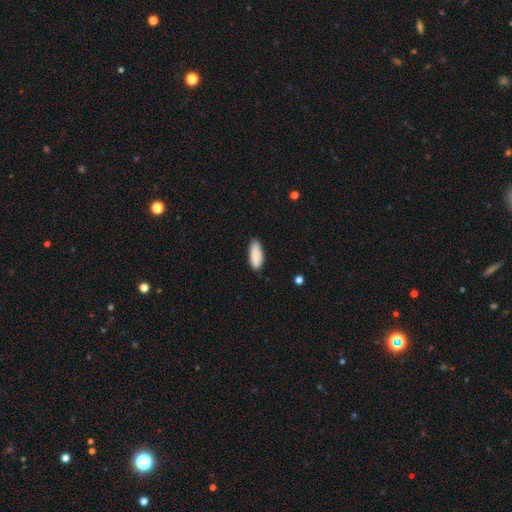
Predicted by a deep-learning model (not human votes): The model was most divided on "how rounded": in between: 77%, cigar-shaped: 21%, round: 2%. More confident: smooth or featured — smooth (90%); merging — none (82%).